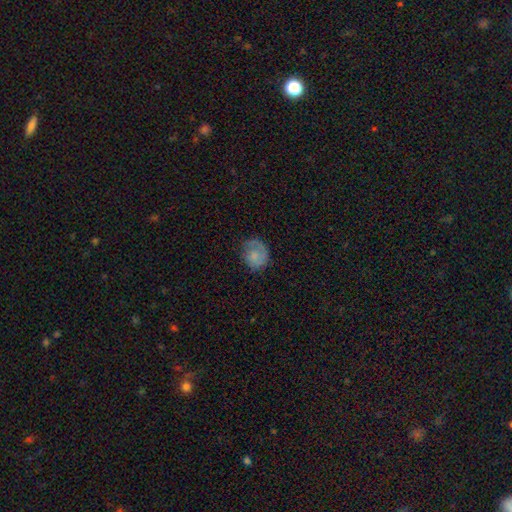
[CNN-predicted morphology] This is likely a smooth galaxy (60%). How rounded: likely round (68%). Merging: likely none (62%).